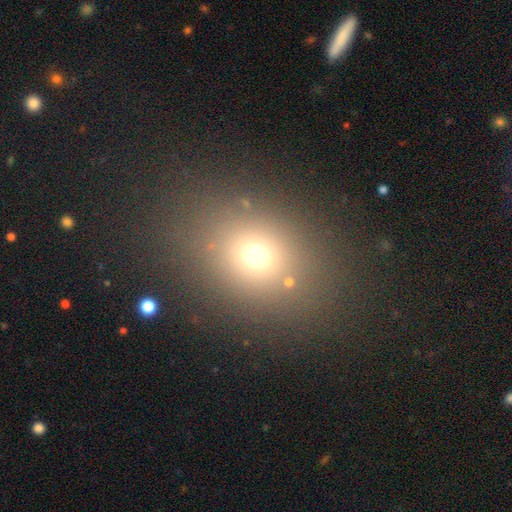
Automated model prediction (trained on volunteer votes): Q: Smooth or featured?
A: smooth (67%); runner-up: star or artifact (22%)
Q: How rounded?
A: round (53%); runner-up: in between (46%)
Q: Merging?
A: none (81%); runner-up: minor disturbance (10%)